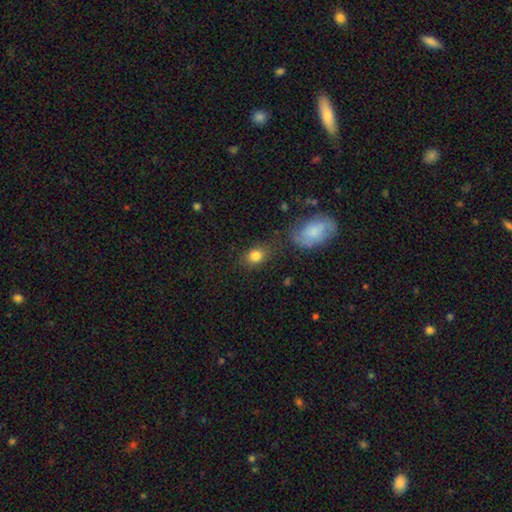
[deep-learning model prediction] This is clearly a smooth galaxy (82%). How rounded: possibly in between (58%). Merging: likely none (71%).